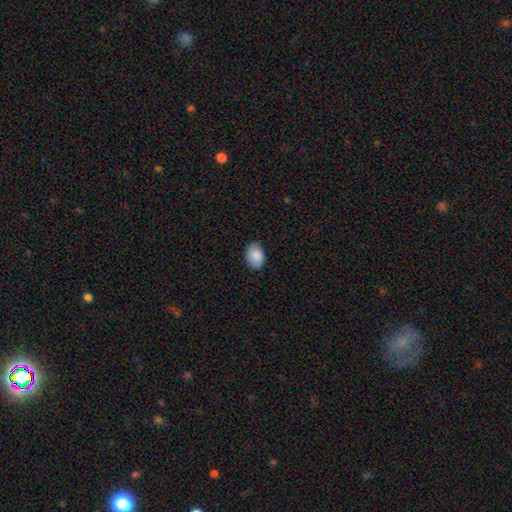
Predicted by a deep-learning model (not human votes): This is clearly a smooth galaxy (87%). How rounded: clearly in between (85%). Merging: likely none (80%).